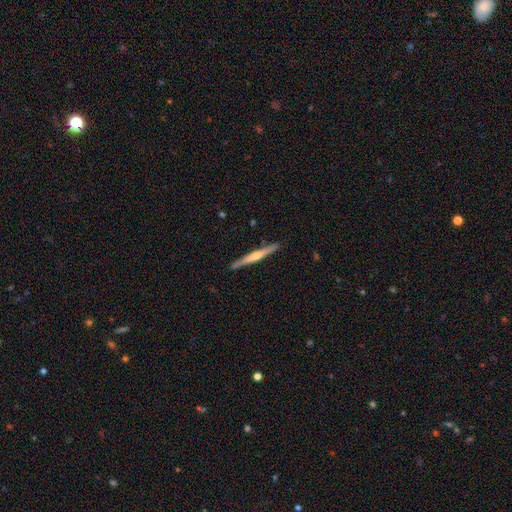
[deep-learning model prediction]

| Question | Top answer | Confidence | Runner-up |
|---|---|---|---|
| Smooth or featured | featured or disk | 69% | smooth (26%) |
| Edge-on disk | yes | 98% | no (2%) |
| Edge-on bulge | rounded | 79% | none (15%) |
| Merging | none | 91% | minor disturbance (6%) |